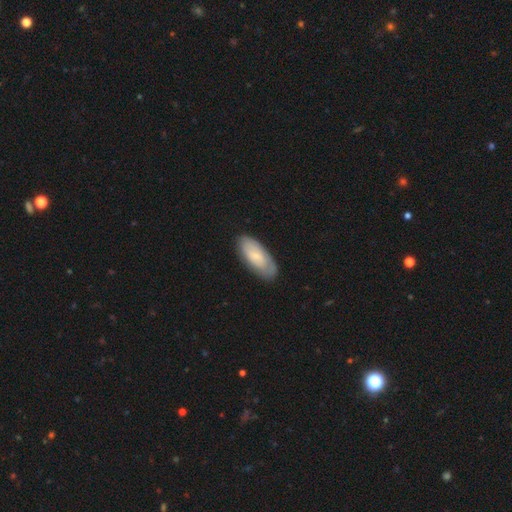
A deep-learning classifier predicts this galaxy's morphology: smooth-or-featured: smooth: 63% | featured or disk: 31% | star or artifact: 6%
  how-rounded: in between: 85% | cigar-shaped: 13% | round: 2%
  merging: none: 79% | minor disturbance: 16% | major disturbance: 4% | merger: 1%